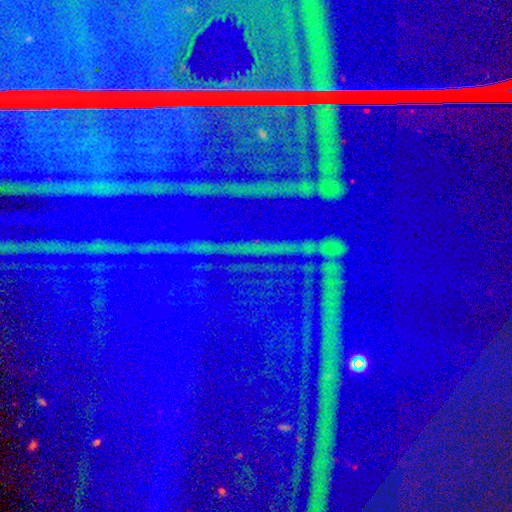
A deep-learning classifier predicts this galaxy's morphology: Smooth or featured?
  - star or artifact: 87% *
  - featured or disk: 7%
  - smooth: 6%